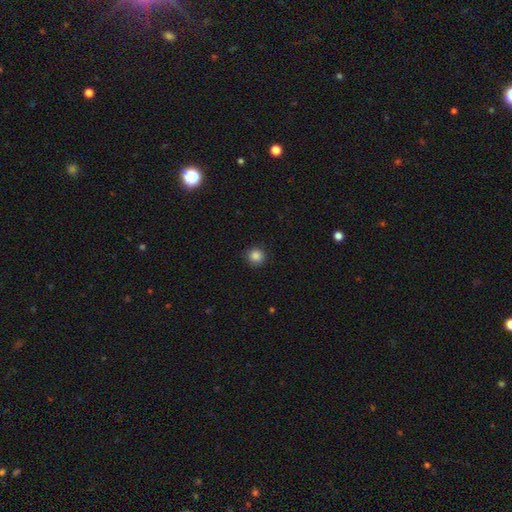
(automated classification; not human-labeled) Smooth or featured?
  - smooth: 86% *
  - star or artifact: 10%
  - featured or disk: 3%
How rounded?
  - round: 92% *
  - in between: 7%
  - cigar-shaped: 1%
Merging?
  - none: 90% *
  - minor disturbance: 7%
  - major disturbance: 2%
  - merger: 1%